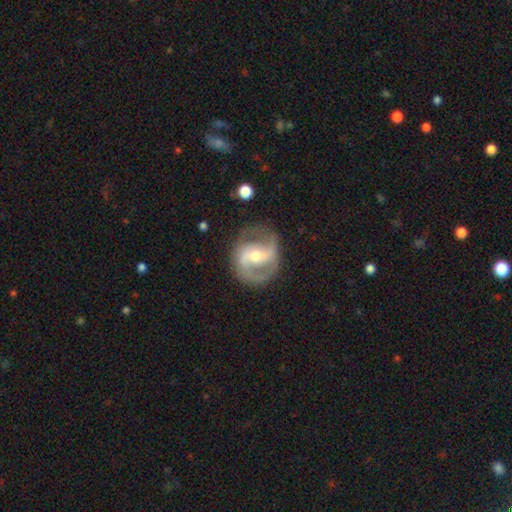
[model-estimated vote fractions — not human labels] featured or disk 85%, smooth 10%, star or artifact 5%. Down the decision tree: edge-on disk — no (97%); bar — weak (40%); spiral arms — yes (92%); spiral arm count — 2 (85%); spiral winding — medium (53%); bulge size — moderate (61%); merging — none (73%).